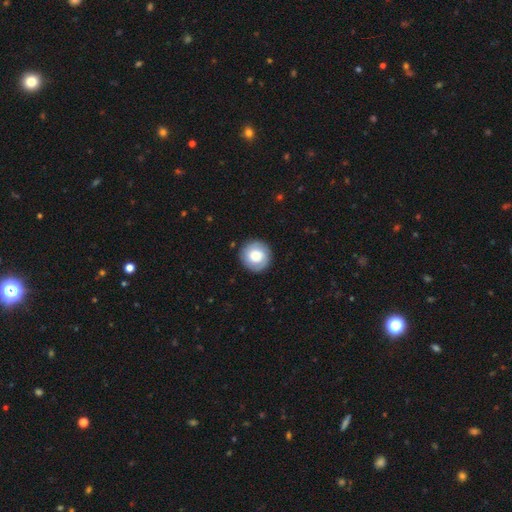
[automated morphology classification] A smooth galaxy with no disk features (71%) that is round (94%).

Vote fractions:
- Smooth or featured? smooth: 71% / featured or disk: 22% / star or artifact: 7%
- How rounded? round: 94% / in between: 5% / cigar-shaped: 1%
- Merging? none: 89% / minor disturbance: 8% / major disturbance: 2% / merger: 1%